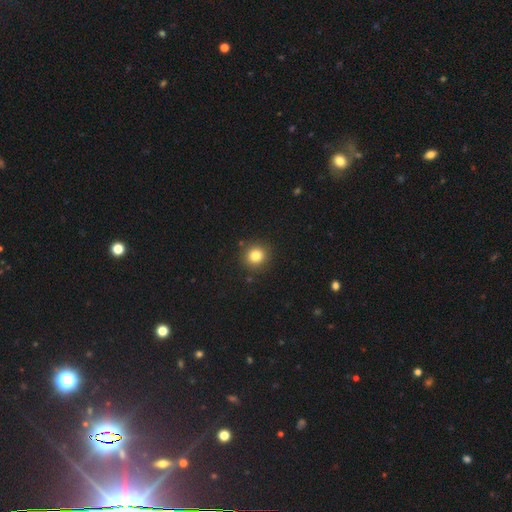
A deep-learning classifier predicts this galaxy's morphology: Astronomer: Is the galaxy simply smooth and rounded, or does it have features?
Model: smooth — 82%.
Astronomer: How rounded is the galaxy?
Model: round — 91%.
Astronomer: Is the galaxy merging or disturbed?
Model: none — 89%.